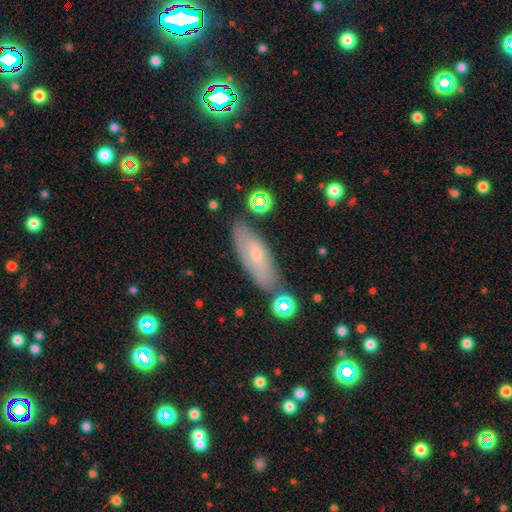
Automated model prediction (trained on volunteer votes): This is possibly a smooth galaxy (59%). How rounded: possibly in between (60%). Merging: likely none (78%).